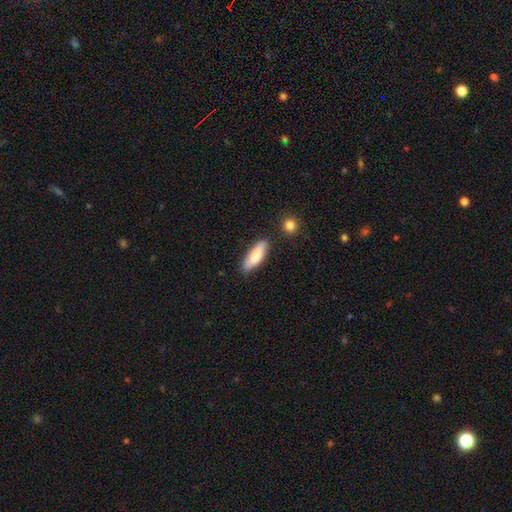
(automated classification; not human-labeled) smooth_or_featured: smooth (p=0.77) [alt: featured or disk p=0.17]
how_rounded: in between (p=0.53) [alt: cigar-shaped p=0.44]
merging: none (p=0.81) [alt: minor disturbance p=0.13]